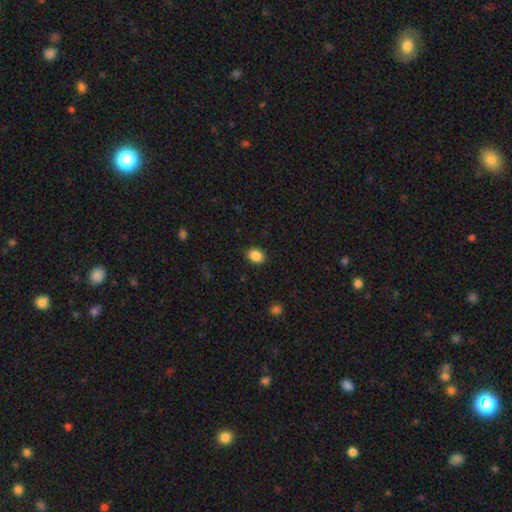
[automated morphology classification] smooth_or_featured: smooth (p=0.88) [alt: star or artifact p=0.09]
how_rounded: in between (p=0.66) [alt: round p=0.33]
merging: none (p=0.88) [alt: minor disturbance p=0.09]